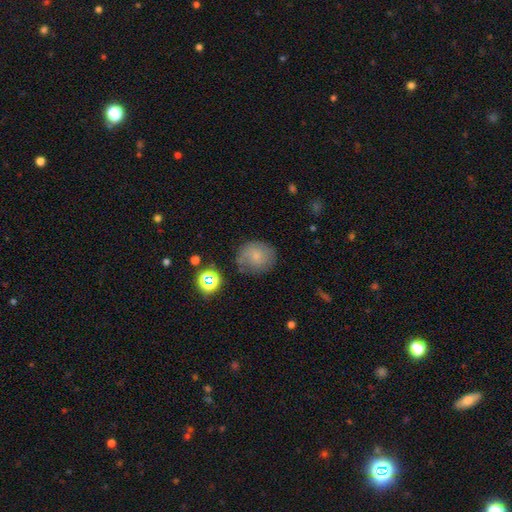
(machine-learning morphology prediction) type=smooth (65%); roundness=round (77%); merging=none (70%).